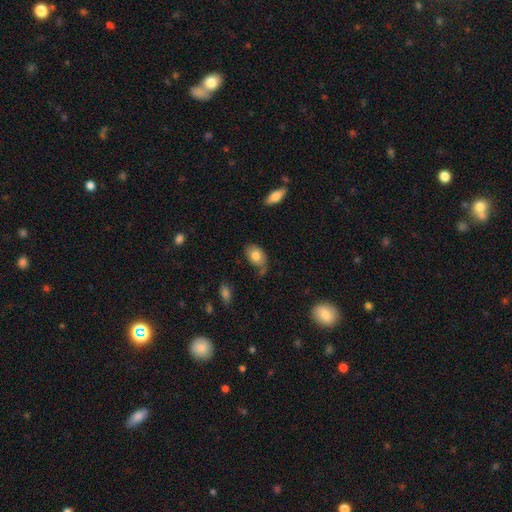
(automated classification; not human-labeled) A smooth galaxy with no disk features (78%) that is in between round and cigar-shaped (86%). Merging: none (53%).